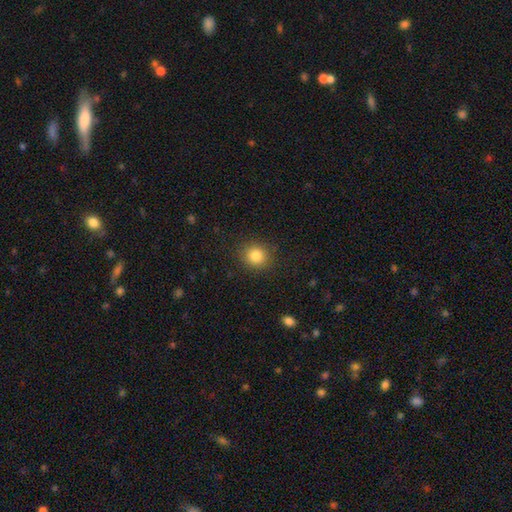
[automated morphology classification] Overall: smooth (84%). How rounded: round (84%). Merging: none (87%).